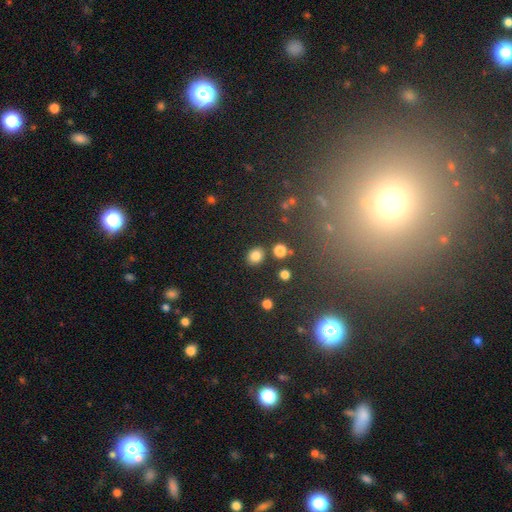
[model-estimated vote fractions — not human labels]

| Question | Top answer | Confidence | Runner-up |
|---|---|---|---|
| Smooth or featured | smooth | 82% | star or artifact (13%) |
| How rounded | round | 66% | in between (33%) |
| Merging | none | 84% | minor disturbance (8%) |